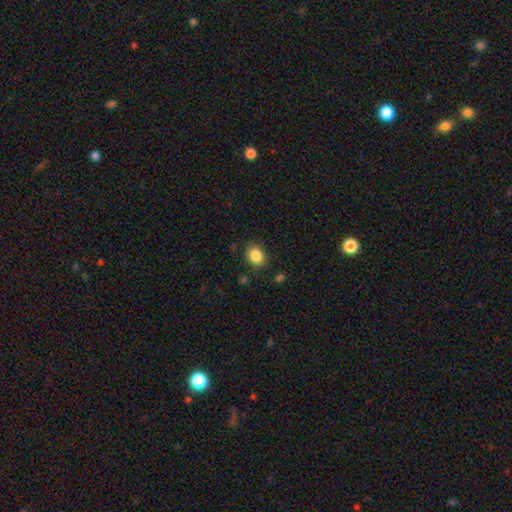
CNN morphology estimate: smooth 86%, star or artifact 9%, featured or disk 5%. Down the decision tree: how rounded — in between (59%); merging — none (85%).